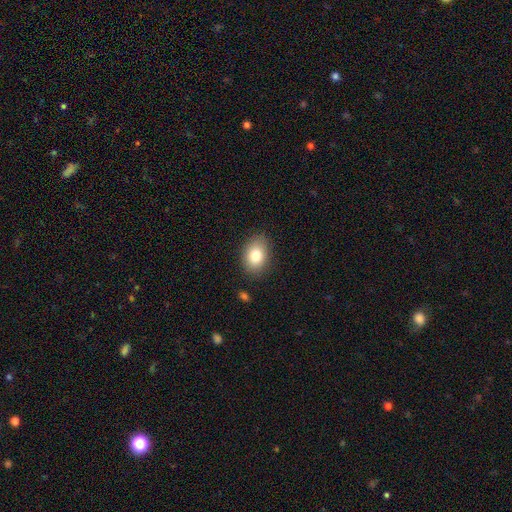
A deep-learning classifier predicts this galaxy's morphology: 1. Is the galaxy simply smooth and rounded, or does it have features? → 81% smooth, 11% featured or disk, 9% star or artifact.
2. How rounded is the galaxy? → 76% in between, 23% round, 1% cigar-shaped.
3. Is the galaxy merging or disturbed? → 85% none, 11% minor disturbance, 3% major disturbance, 1% merger.